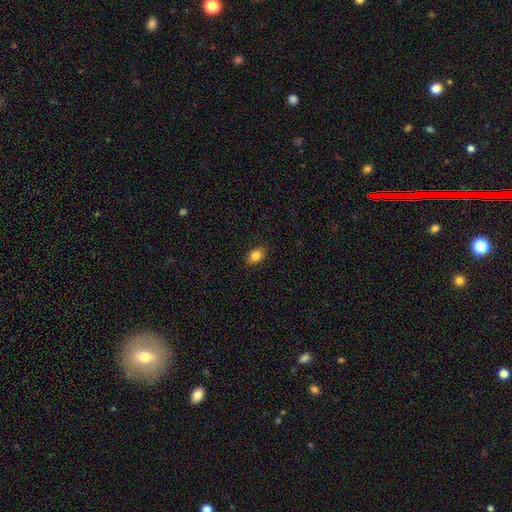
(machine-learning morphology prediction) Q: Smooth or featured?
A: smooth (84%); runner-up: star or artifact (9%)
Q: How rounded?
A: in between (82%); runner-up: round (16%)
Q: Merging?
A: none (88%); runner-up: minor disturbance (9%)